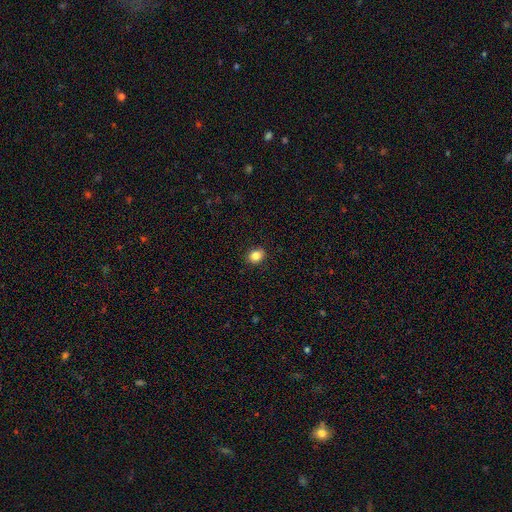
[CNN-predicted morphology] A smooth galaxy with no disk features (85%) that is round (50%). Merging: none (90%).